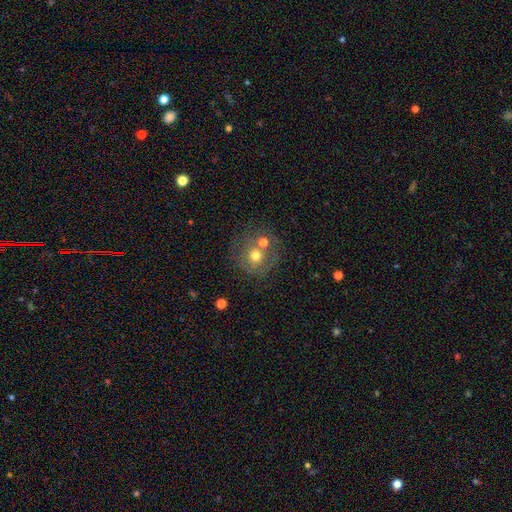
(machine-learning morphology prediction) smooth_or_featured: smooth (p=0.58) [alt: featured or disk p=0.29]
how_rounded: round (p=0.87) [alt: in between p=0.12]
merging: none (p=0.52) [alt: merger p=0.27]